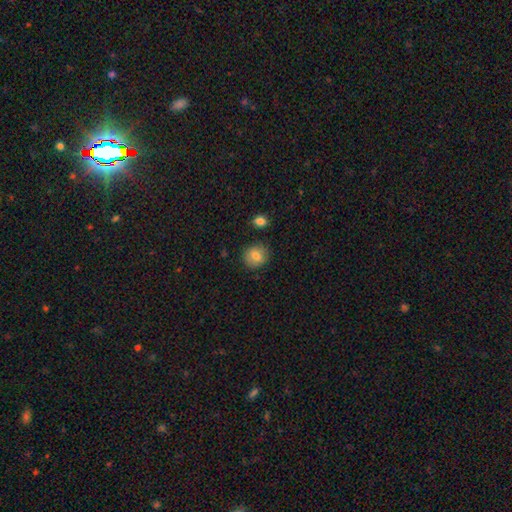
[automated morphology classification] Smooth or featured? Predicted: smooth (p=0.81). How rounded? Predicted: round (p=0.81). Merging? Predicted: none (p=0.84).